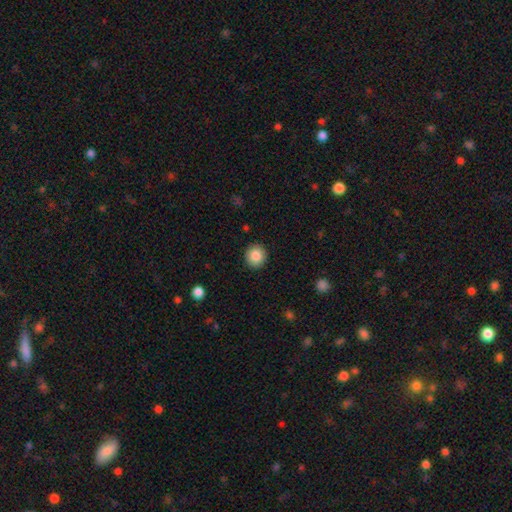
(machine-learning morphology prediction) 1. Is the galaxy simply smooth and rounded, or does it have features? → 86% smooth, 8% star or artifact, 6% featured or disk.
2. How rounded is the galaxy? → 90% round, 9% in between, 1% cigar-shaped.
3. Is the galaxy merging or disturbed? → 91% none, 6% minor disturbance, 2% major disturbance, 1% merger.